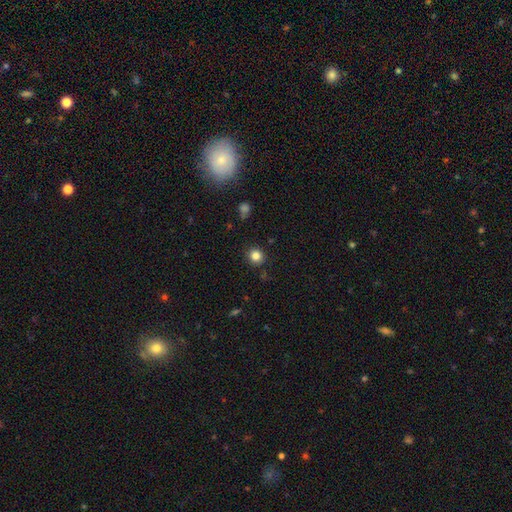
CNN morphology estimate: Q: Smooth or featured?
A: smooth (83%); runner-up: star or artifact (12%)
Q: How rounded?
A: round (90%); runner-up: in between (9%)
Q: Merging?
A: none (89%); runner-up: minor disturbance (7%)